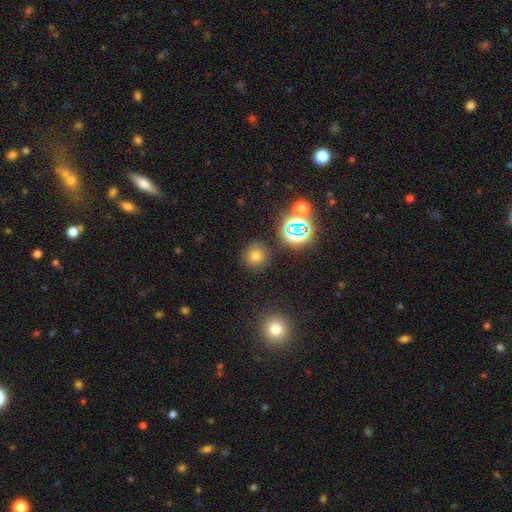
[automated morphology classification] Smooth or featured?
  - smooth: 69% *
  - star or artifact: 23%
  - featured or disk: 8%
How rounded?
  - round: 93% *
  - in between: 6%
  - cigar-shaped: 1%
Merging?
  - none: 86% *
  - minor disturbance: 7%
  - merger: 3%
  - major disturbance: 3%